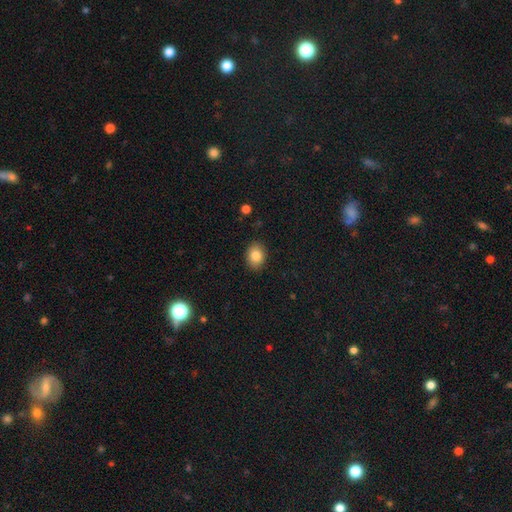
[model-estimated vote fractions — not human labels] Smooth or featured? Predicted: smooth (p=0.84). How rounded? Predicted: in between (p=0.64). Merging? Predicted: none (p=0.89).